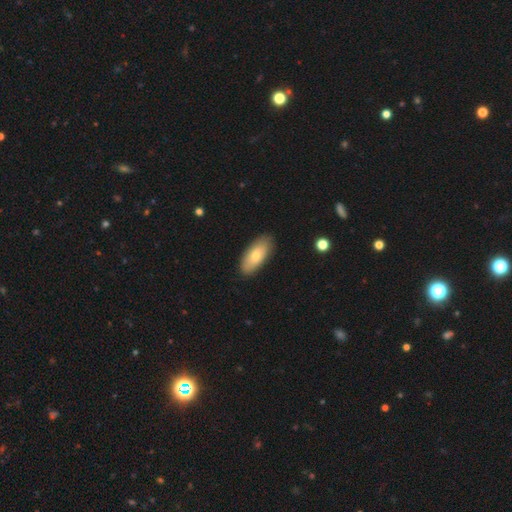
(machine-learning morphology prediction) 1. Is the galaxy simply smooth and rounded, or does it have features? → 73% smooth, 21% featured or disk, 6% star or artifact.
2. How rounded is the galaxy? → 87% in between, 11% cigar-shaped, 2% round.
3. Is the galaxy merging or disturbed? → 86% none, 11% minor disturbance, 2% major disturbance, 1% merger.